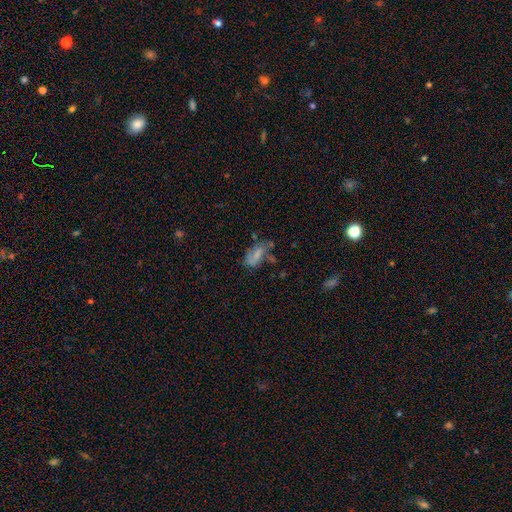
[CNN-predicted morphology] smooth_or_featured: smooth (p=0.58) [alt: featured or disk p=0.31]
how_rounded: in between (p=0.88) [alt: cigar-shaped p=0.07]
merging: none (p=0.37) [alt: minor disturbance p=0.28]